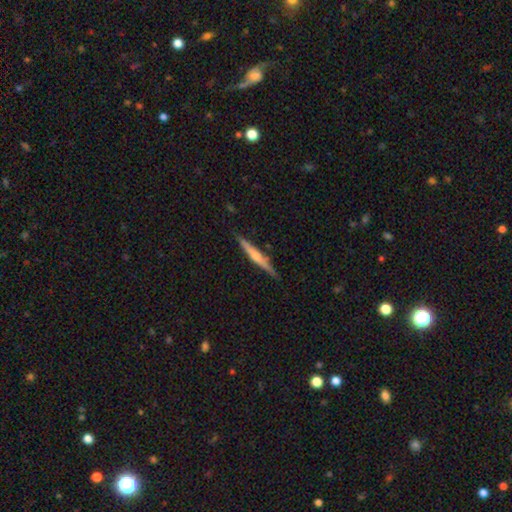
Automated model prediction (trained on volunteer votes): smooth-or-featured: featured or disk: 71% | smooth: 23% | star or artifact: 6%
  disk-edge-on: yes: 98% | no: 2%
    edge-on-bulge: rounded: 80% | none: 13% | boxy: 7%
  merging: none: 89% | minor disturbance: 8% | major disturbance: 2% | merger: 1%